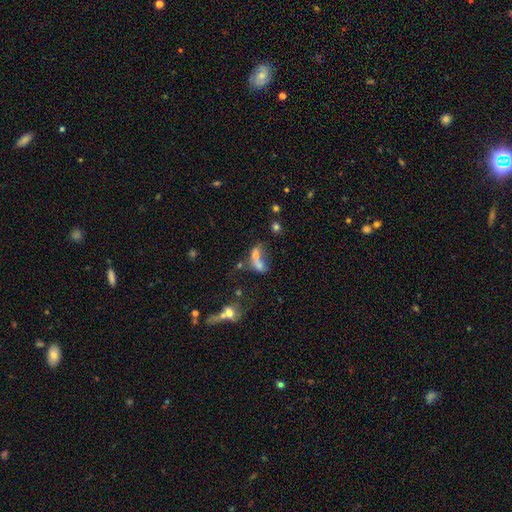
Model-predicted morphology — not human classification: Smooth or featured?
  - smooth: 59% *
  - featured or disk: 24%
  - star or artifact: 17%
How rounded?
  - in between: 66% *
  - round: 19%
  - cigar-shaped: 15%
Merging?
  - merger: 60% *
  - none: 20%
  - major disturbance: 11%
  - minor disturbance: 9%